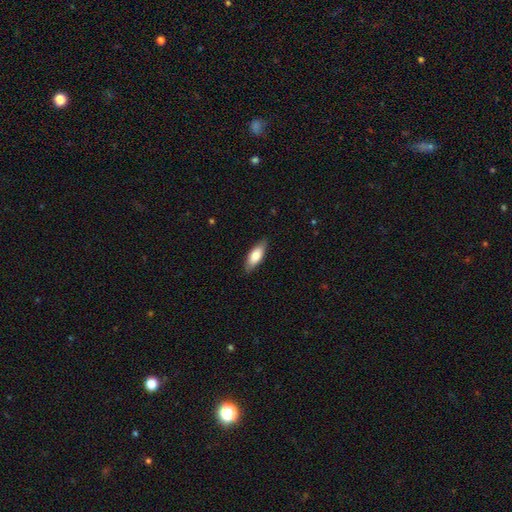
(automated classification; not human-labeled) A smooth galaxy with no disk features (77%) that is in between round and cigar-shaped (73%).

Vote fractions:
- Smooth or featured? smooth: 77% / featured or disk: 17% / star or artifact: 6%
- How rounded? in between: 73% / cigar-shaped: 25% / round: 2%
- Merging? none: 85% / minor disturbance: 12% / major disturbance: 2% / merger: 1%